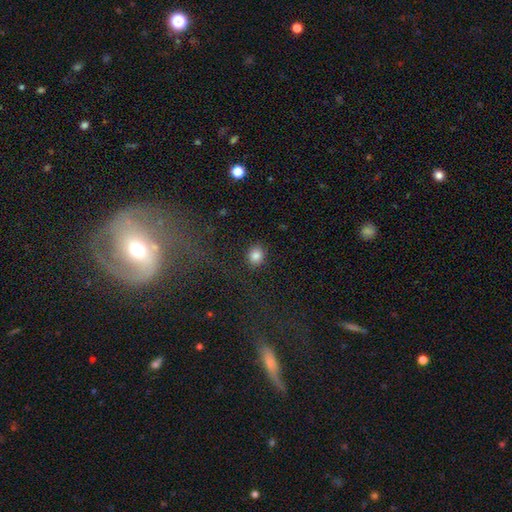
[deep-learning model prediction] Morphology: type=smooth (84%); roundness=round (73%); merging=none (86%).